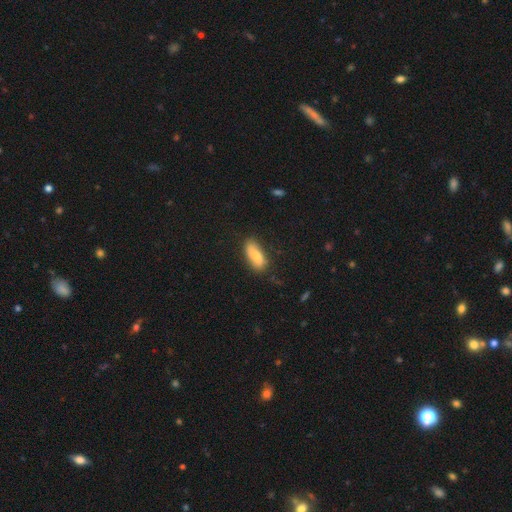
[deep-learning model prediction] A smooth galaxy with no disk features (76%) that is in between round and cigar-shaped (81%). Merging: none (76%).